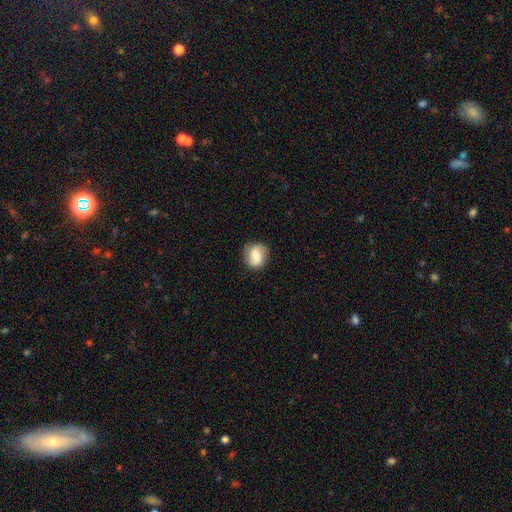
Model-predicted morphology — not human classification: A smooth galaxy with no disk features (61%) that is round (71%). Merging: none (80%).